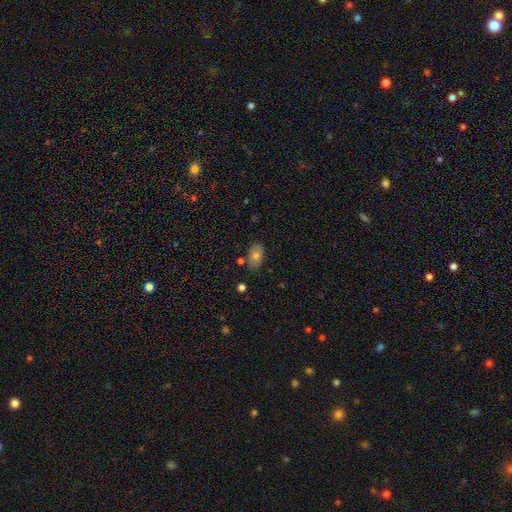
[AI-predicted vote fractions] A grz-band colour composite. It shows a smooth galaxy with no disk features (75%) that is in between round and cigar-shaped (88%). Merging: none (78%).